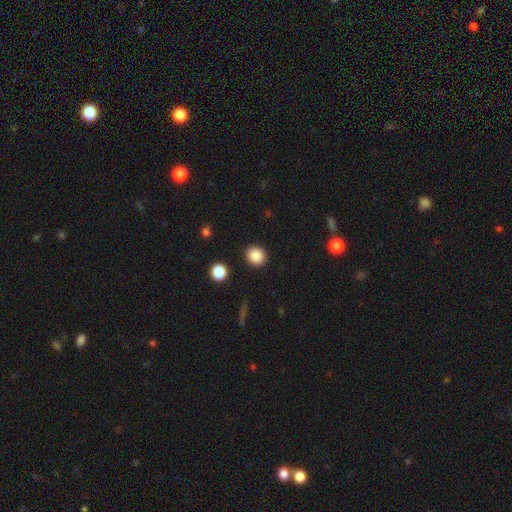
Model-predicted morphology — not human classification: This appears to be a smooth galaxy with no disk features (87%) that is round (86%). Merging: none (91%).